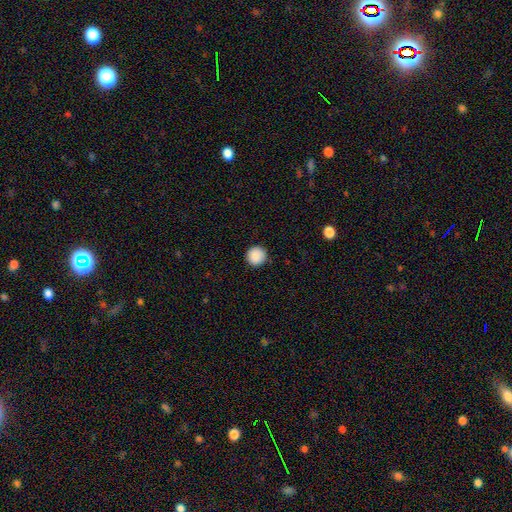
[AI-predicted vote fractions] A smooth galaxy with no disk features (89%) that is round (96%). Merging: none (91%).